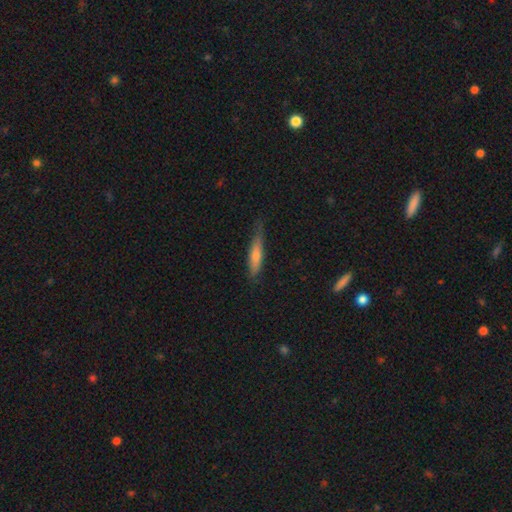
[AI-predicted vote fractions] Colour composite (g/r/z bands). It shows a smooth galaxy with no disk features (64%) that is cigar-shaped (83%). Merging: none (64%).